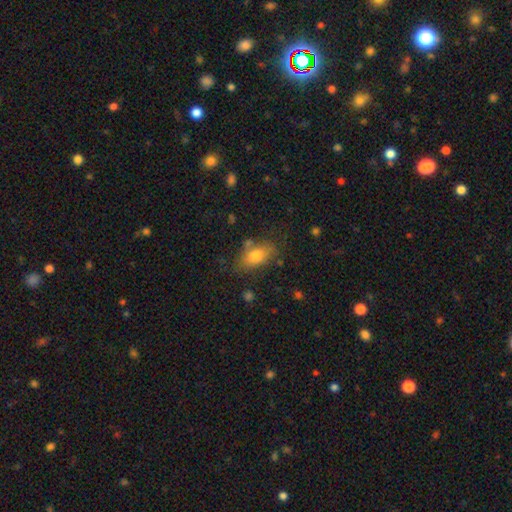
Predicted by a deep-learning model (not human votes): Smooth or featured?
  - smooth: 76% *
  - featured or disk: 15%
  - star or artifact: 9%
How rounded?
  - in between: 85% *
  - round: 10%
  - cigar-shaped: 5%
Merging?
  - none: 70% *
  - minor disturbance: 19%
  - merger: 6%
  - major disturbance: 6%